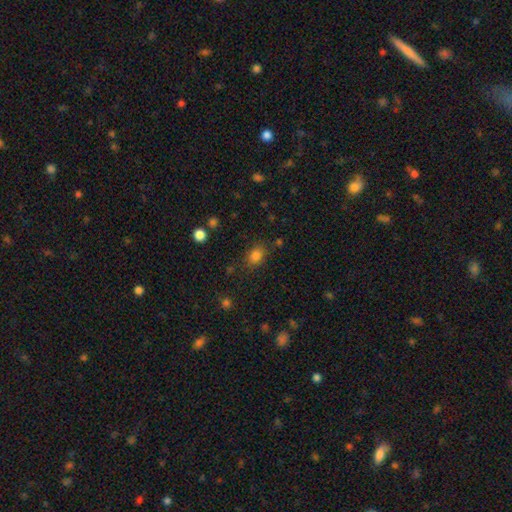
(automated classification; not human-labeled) Morphology: type=smooth (81%); roundness=in between (62%); merging=none (78%).